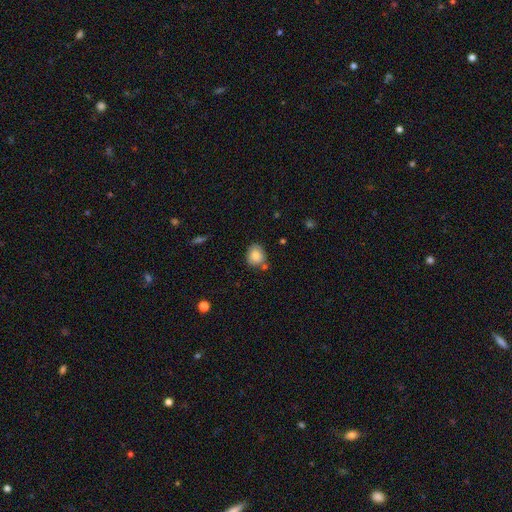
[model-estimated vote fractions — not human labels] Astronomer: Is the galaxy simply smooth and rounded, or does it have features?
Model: smooth — 84%.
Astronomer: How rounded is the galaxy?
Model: round — 62%.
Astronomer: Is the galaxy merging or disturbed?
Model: none — 72%.